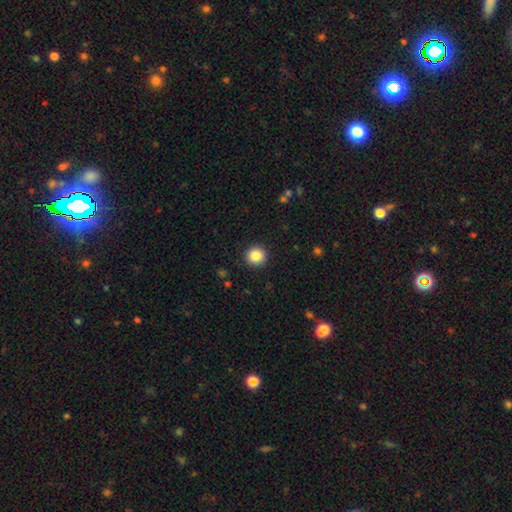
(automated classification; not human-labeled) smooth_or_featured: smooth (p=0.86) [alt: star or artifact p=0.10]
how_rounded: round (p=0.93) [alt: in between p=0.06]
merging: none (p=0.92) [alt: minor disturbance p=0.05]